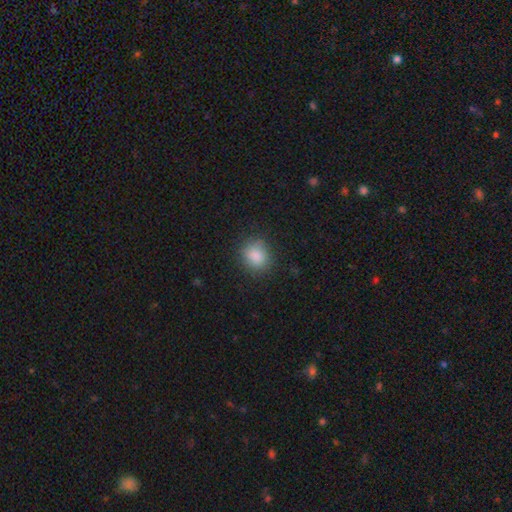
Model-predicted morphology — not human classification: A smooth galaxy with no disk features (86%) that is round (68%). Merging: none (82%).